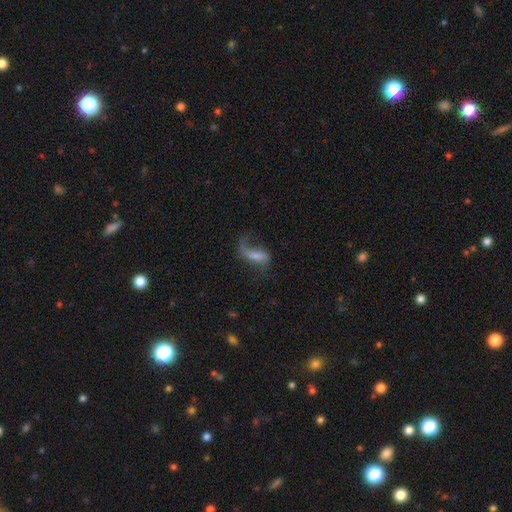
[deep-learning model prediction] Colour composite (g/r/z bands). It shows a featured or disk galaxy (65%) with a weak bar (39%), 1 (50%) loose (82%) spiral arms (85%) and a small central bulge (41%). Merging: none (40%).